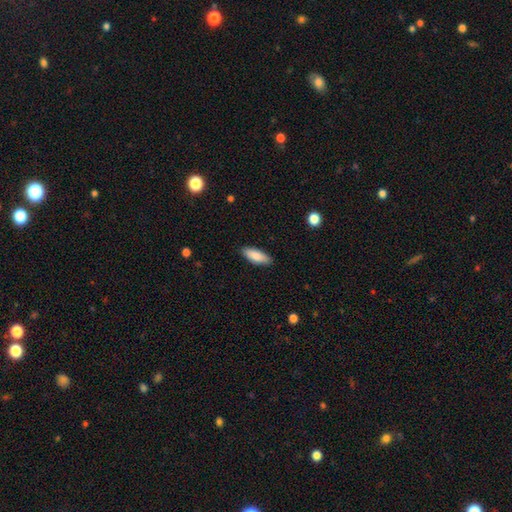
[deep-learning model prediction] A smooth galaxy with no disk features (85%) that is in between round and cigar-shaped (70%).

Vote fractions:
- Smooth or featured? smooth: 85% / featured or disk: 9% / star or artifact: 6%
- How rounded? in between: 70% / cigar-shaped: 29% / round: 2%
- Merging? none: 88% / minor disturbance: 9% / major disturbance: 2% / merger: 1%